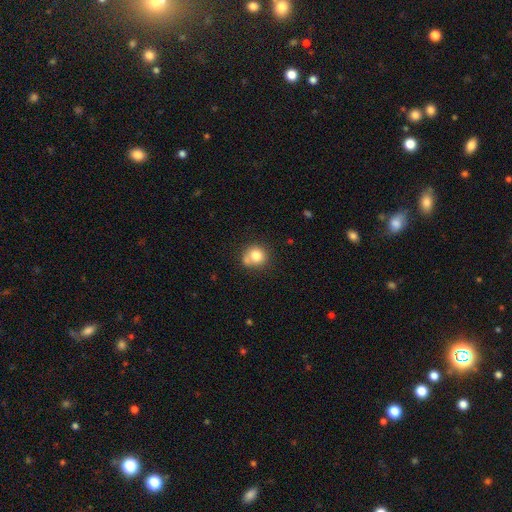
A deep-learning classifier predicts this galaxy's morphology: smooth-or-featured: smooth: 79% | featured or disk: 11% | star or artifact: 10%
  how-rounded: round: 83% | in between: 16% | cigar-shaped: 1%
  merging: none: 55% | merger: 19% | minor disturbance: 19% | major disturbance: 7%